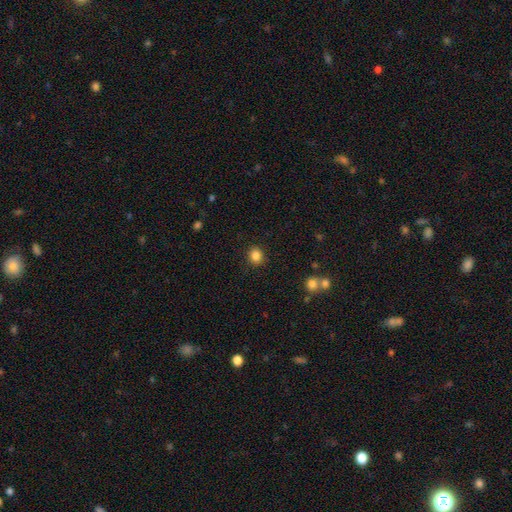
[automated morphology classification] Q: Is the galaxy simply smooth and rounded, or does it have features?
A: smooth — 85%.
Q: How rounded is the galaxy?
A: round — 81%.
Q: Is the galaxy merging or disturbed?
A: none — 90%.